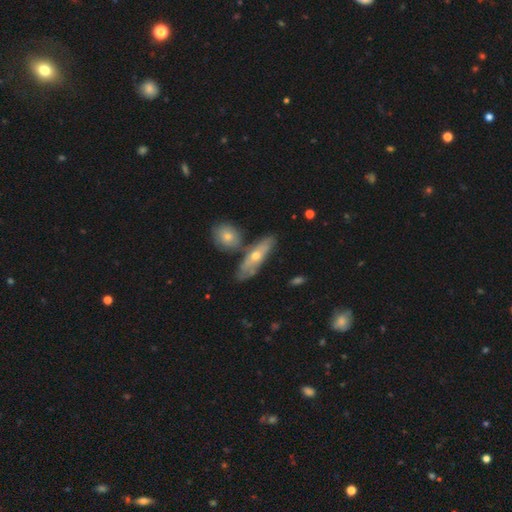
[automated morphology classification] This is possibly a featured or disk galaxy (55%). It is possibly viewed edge-on (51%). Merging: likely none (67%).